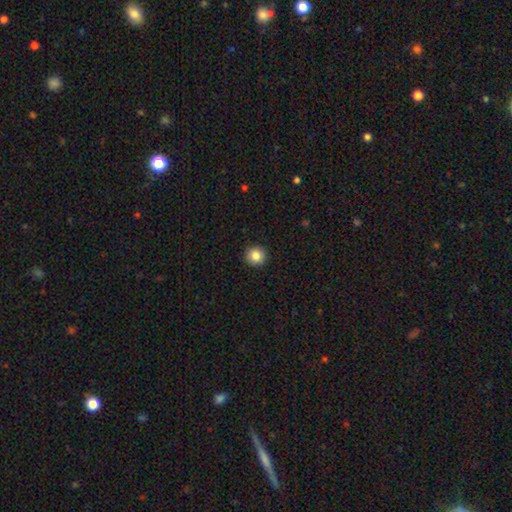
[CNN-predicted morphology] The model was most divided on "smooth or featured": smooth: 86%, star or artifact: 9%, featured or disk: 4%. More confident: how rounded — round (94%); merging — none (92%).